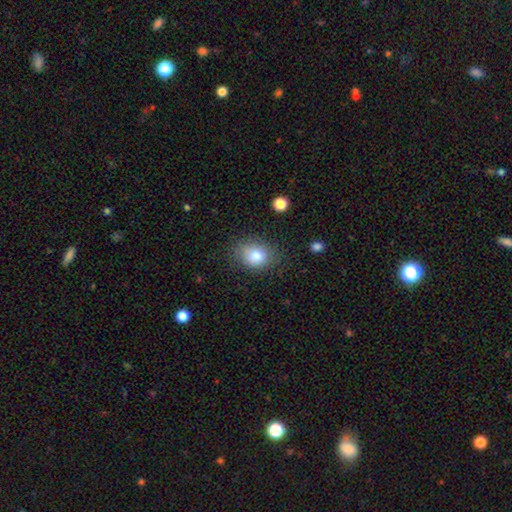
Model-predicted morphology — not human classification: smooth-or-featured: smooth: 83% | star or artifact: 9% | featured or disk: 8%
  how-rounded: in between: 63% | round: 36% | cigar-shaped: 1%
  merging: none: 72% | minor disturbance: 19% | major disturbance: 6% | merger: 2%